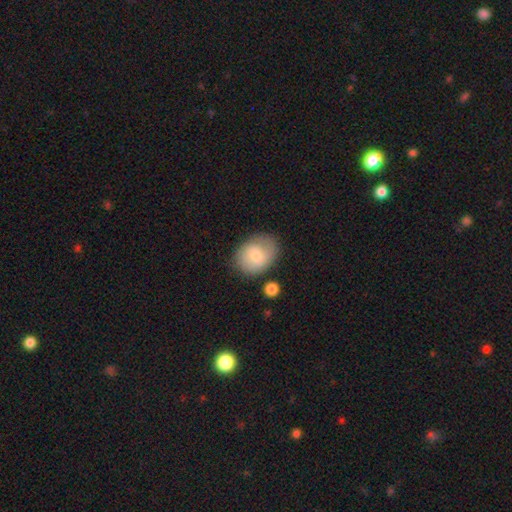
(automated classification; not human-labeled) Smooth or featured: smooth — 67% (featured or disk — 26%)
How rounded: in between — 60% (round — 39%)
Merging: none — 70% (minor disturbance — 19%)